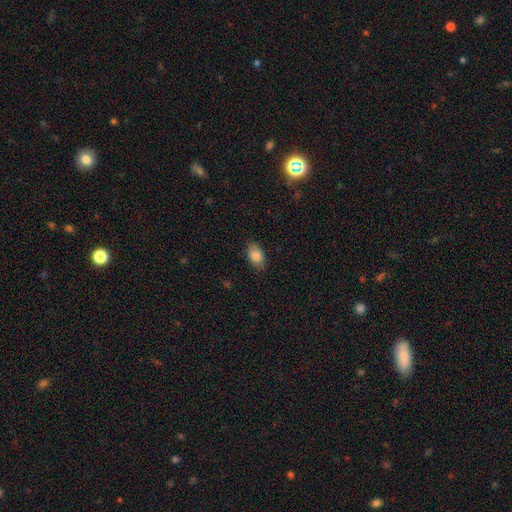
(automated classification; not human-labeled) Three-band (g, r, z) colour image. It shows a smooth galaxy with no disk features (84%) that is in between round and cigar-shaped (89%). Merging: none (83%).